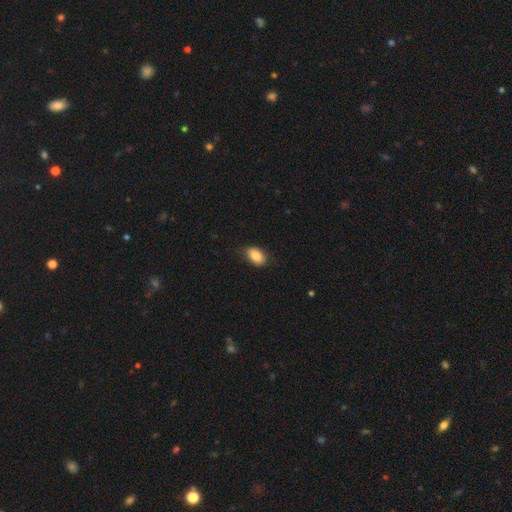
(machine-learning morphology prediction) Smooth or featured? smooth (84%)
How rounded? in between (87%)
Merging? none (78%)